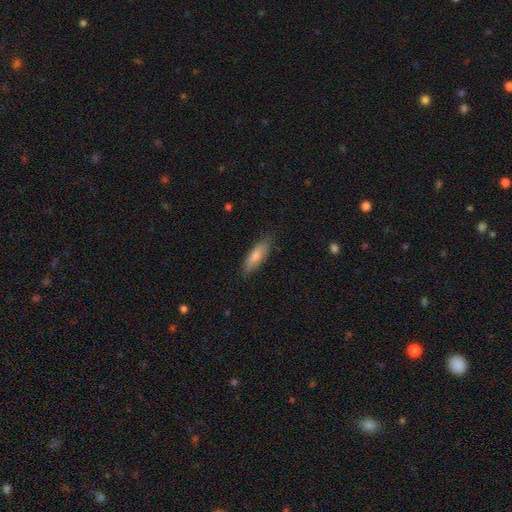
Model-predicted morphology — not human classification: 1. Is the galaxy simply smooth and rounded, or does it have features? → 72% smooth, 21% featured or disk, 6% star or artifact.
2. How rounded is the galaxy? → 50% in between, 49% cigar-shaped, 2% round.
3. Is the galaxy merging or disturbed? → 84% none, 13% minor disturbance, 2% major disturbance, 1% merger.